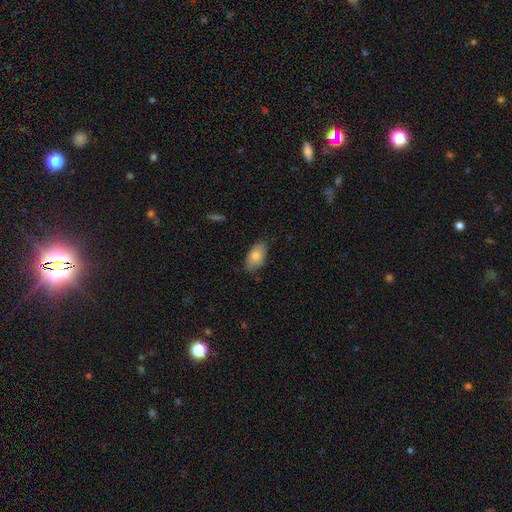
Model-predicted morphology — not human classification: smooth 78%, featured or disk 15%, star or artifact 7%. Down the decision tree: how rounded — in between (93%); merging — none (80%).